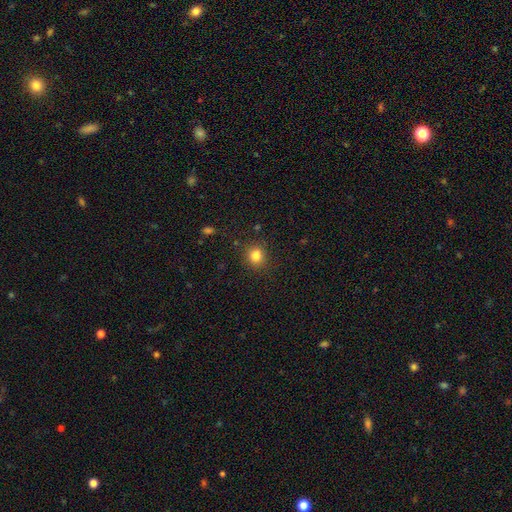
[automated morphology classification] Smooth or featured?
  - smooth: 83% *
  - star or artifact: 12%
  - featured or disk: 5%
How rounded?
  - round: 82% *
  - in between: 17%
  - cigar-shaped: 1%
Merging?
  - none: 88% *
  - minor disturbance: 8%
  - major disturbance: 3%
  - merger: 1%